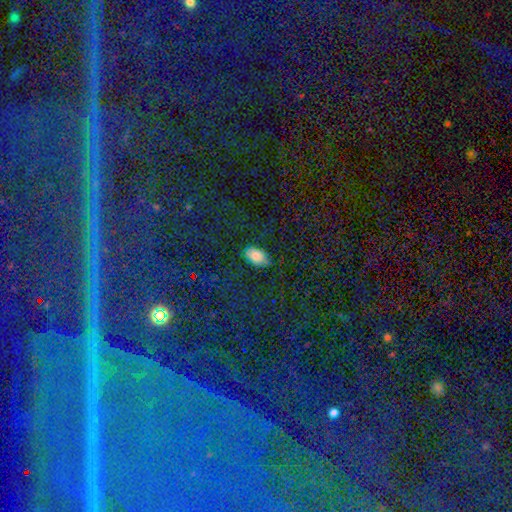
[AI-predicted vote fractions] Smooth or featured? Predicted: smooth (p=0.66). How rounded? Predicted: in between (p=0.90). Merging? Predicted: none (p=0.77).